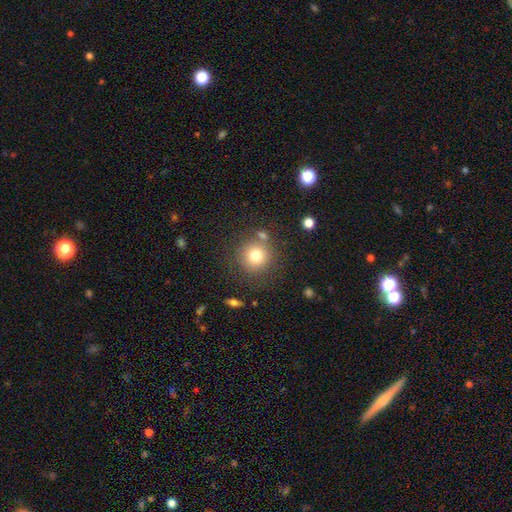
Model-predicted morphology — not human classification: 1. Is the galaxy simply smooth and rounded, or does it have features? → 78% smooth, 12% star or artifact, 10% featured or disk.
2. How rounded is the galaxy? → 93% round, 6% in between, 1% cigar-shaped.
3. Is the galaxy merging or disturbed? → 76% none, 10% minor disturbance, 9% merger, 4% major disturbance.